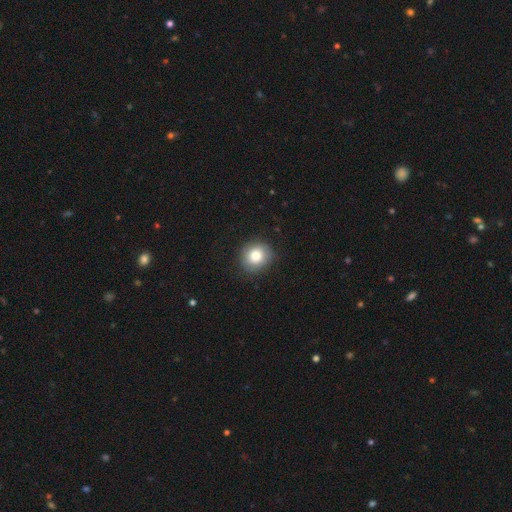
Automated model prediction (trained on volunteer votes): Smooth or featured?
  - smooth: 81% *
  - featured or disk: 10%
  - star or artifact: 9%
How rounded?
  - round: 81% *
  - in between: 18%
  - cigar-shaped: 1%
Merging?
  - none: 85% *
  - minor disturbance: 11%
  - major disturbance: 3%
  - merger: 1%